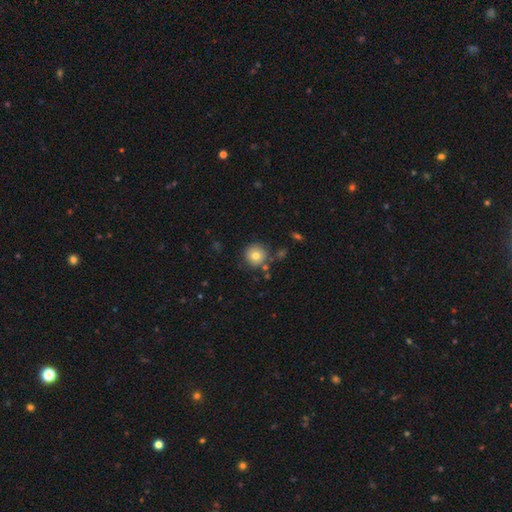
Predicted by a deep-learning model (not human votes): A smooth galaxy with no disk features (77%) that is round (94%).

Vote fractions:
- Smooth or featured? smooth: 77% / featured or disk: 12% / star or artifact: 11%
- How rounded? round: 94% / in between: 5% / cigar-shaped: 1%
- Merging? none: 83% / minor disturbance: 9% / merger: 5% / major disturbance: 3%